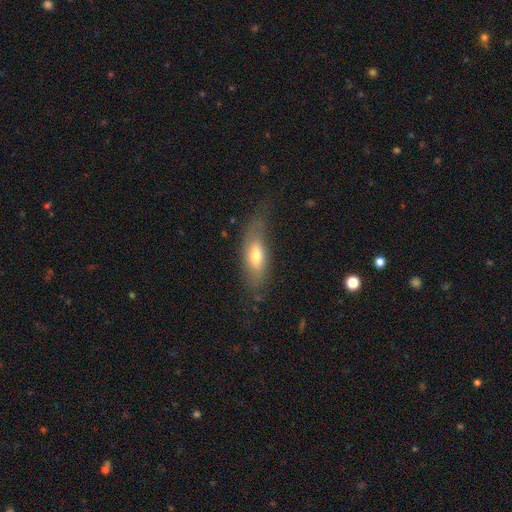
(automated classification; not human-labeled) Smooth or featured? smooth (63%)
How rounded? in between (66%)
Merging? none (63%)